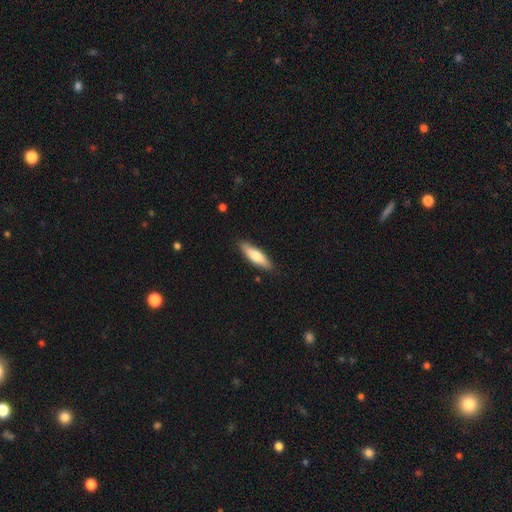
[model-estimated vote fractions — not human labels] Smooth or featured: smooth — 70% (featured or disk — 25%)
How rounded: cigar-shaped — 63% (in between — 35%)
Merging: none — 88% (minor disturbance — 9%)